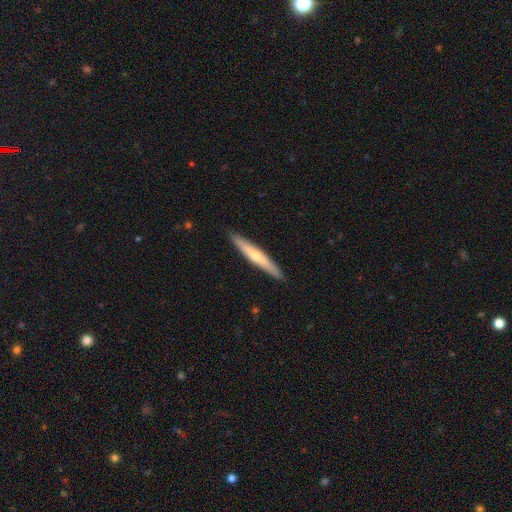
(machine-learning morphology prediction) Overall: smooth (48%; featured or disk 47%). Merging: none (91%).